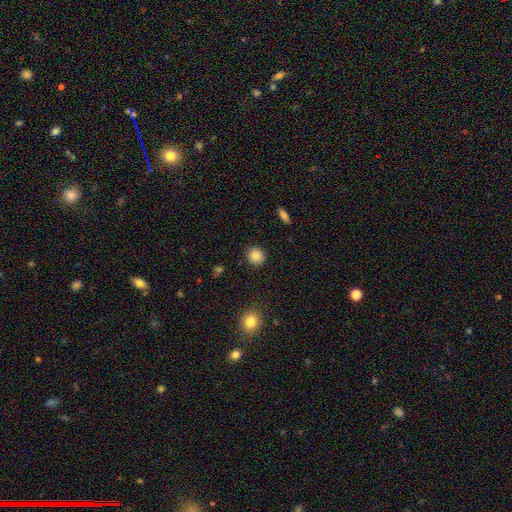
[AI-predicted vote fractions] Morphology: type=smooth (85%); roundness=round (92%); merging=none (90%).